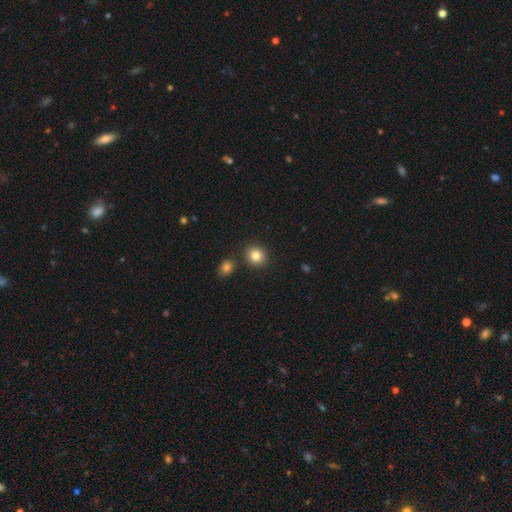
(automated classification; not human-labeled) Smooth or featured? smooth (83%)
How rounded? round (82%)
Merging? none (85%)